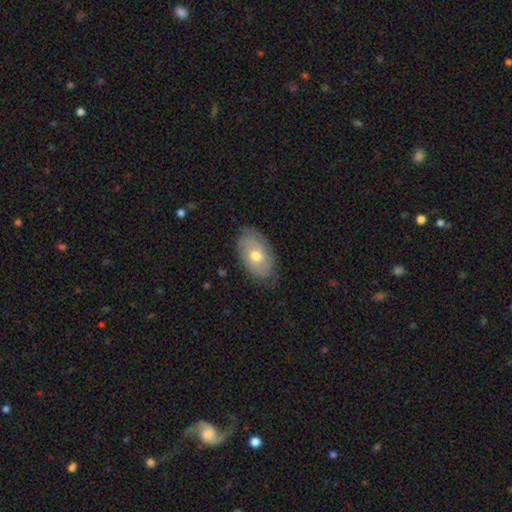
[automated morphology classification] smooth-or-featured: smooth: 57% | featured or disk: 37% | star or artifact: 7%
  how-rounded: in between: 92% | round: 7% | cigar-shaped: 2%
  merging: none: 77% | minor disturbance: 18% | major disturbance: 4% | merger: 1%